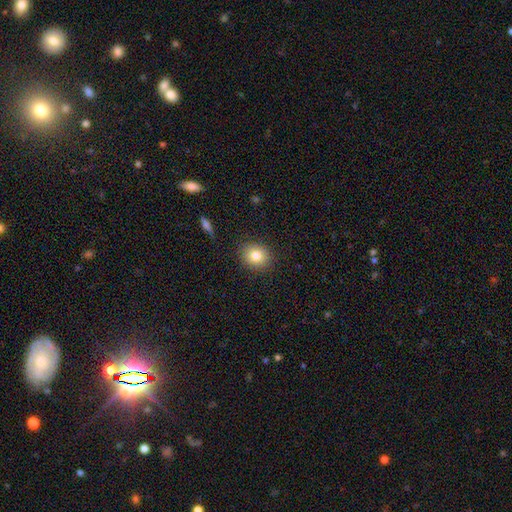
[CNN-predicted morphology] smooth_or_featured: smooth (p=0.80) [alt: star or artifact p=0.10]
how_rounded: round (p=0.69) [alt: in between p=0.30]
merging: none (p=0.88) [alt: minor disturbance p=0.09]